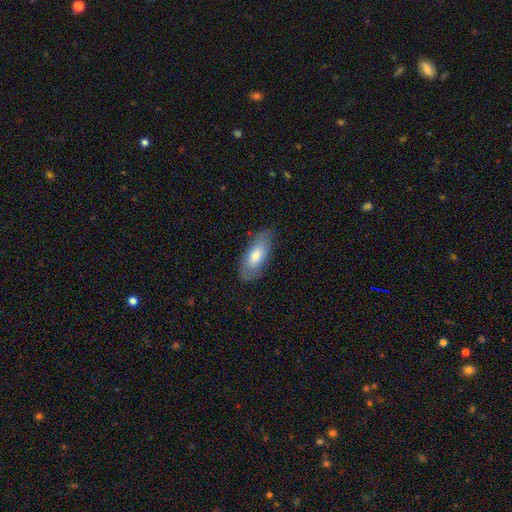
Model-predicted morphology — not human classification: This appears to be a smooth galaxy with no disk features (67%) that is in between round and cigar-shaped (78%). Merging: none (81%).